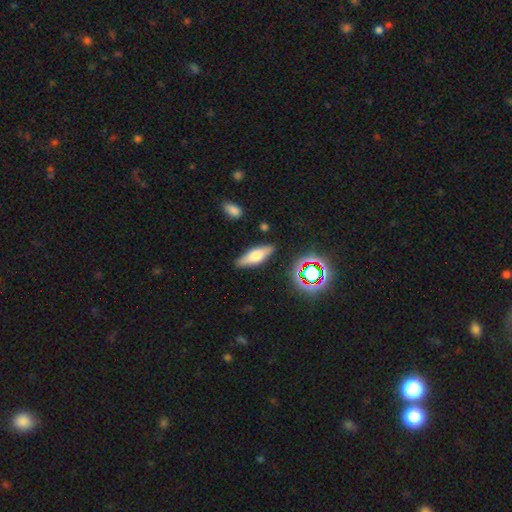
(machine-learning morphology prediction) The model was most divided on "how rounded": in between: 56%, cigar-shaped: 41%, round: 3%. More confident: merging — none (85%); smooth or featured — smooth (59%).